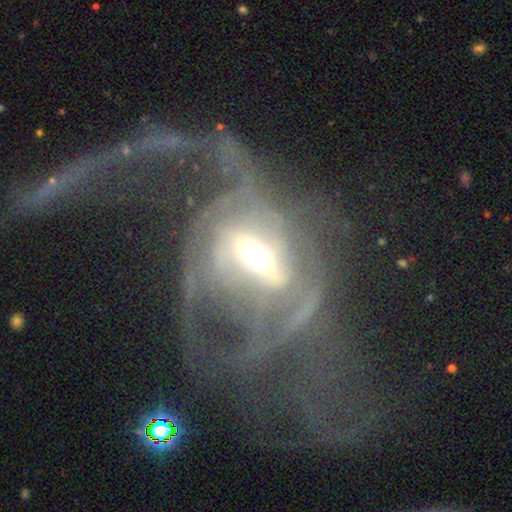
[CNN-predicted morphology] Smooth or featured: featured or disk — 80% (smooth — 12%)
Edge-on disk: no — 88% (yes — 12%)
Bar: strong — 52% (weak — 26%)
Spiral arms: yes — 65% (no — 35%)
Bulge size: moderate — 54% (large — 23%)
Merging: major disturbance — 42% (none — 37%)